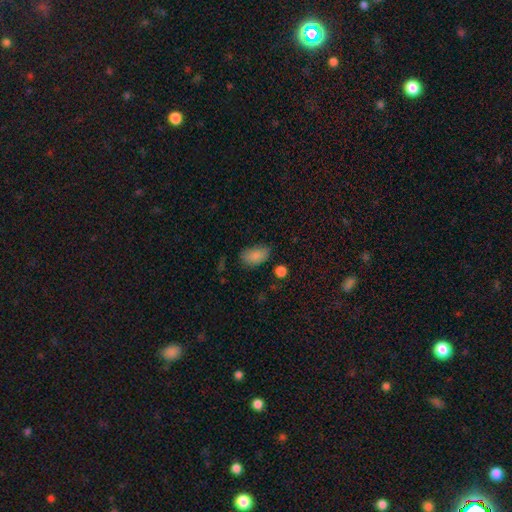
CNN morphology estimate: Smooth or featured: smooth — 85% (star or artifact — 8%)
How rounded: in between — 92% (round — 6%)
Merging: none — 69% (minor disturbance — 23%)